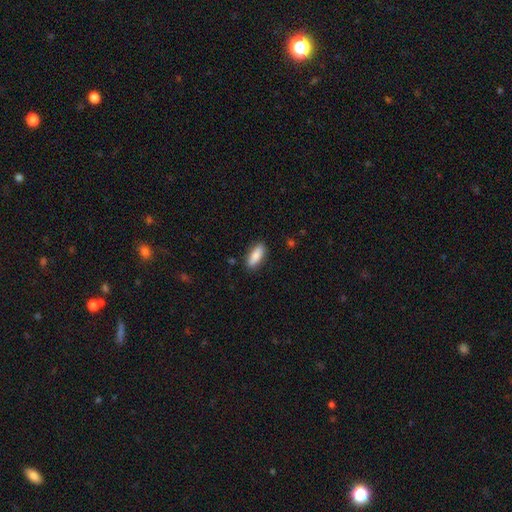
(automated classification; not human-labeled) smooth_or_featured: smooth (p=0.83) [alt: featured or disk p=0.11]
how_rounded: in between (p=0.75) [alt: cigar-shaped p=0.23]
merging: none (p=0.86) [alt: minor disturbance p=0.10]